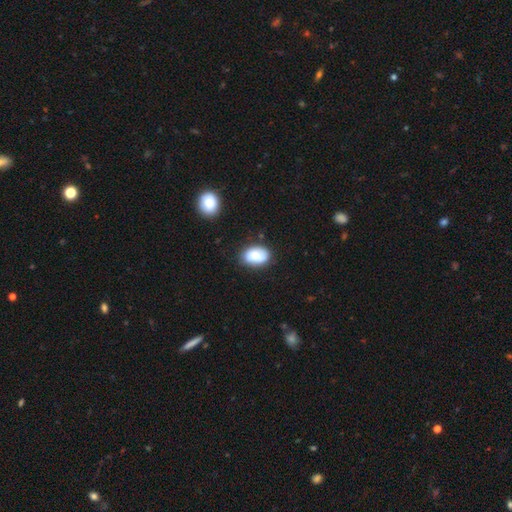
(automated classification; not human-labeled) A smooth galaxy with no disk features (79%) that is in between round and cigar-shaped (85%).

Vote fractions:
- Smooth or featured? smooth: 79% / featured or disk: 13% / star or artifact: 8%
- How rounded? in between: 85% / round: 14% / cigar-shaped: 1%
- Merging? none: 73% / minor disturbance: 19% / major disturbance: 4% / merger: 3%